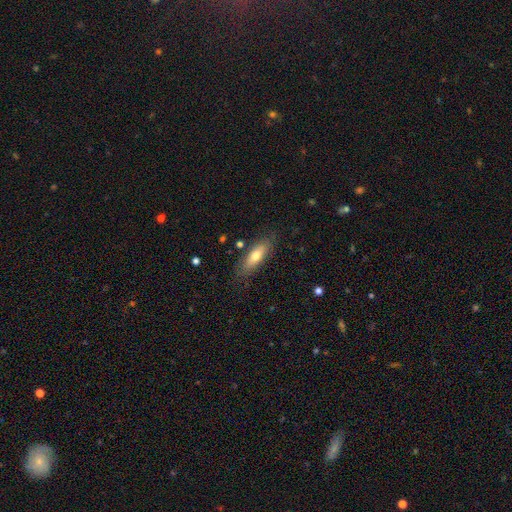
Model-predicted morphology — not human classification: type=smooth (67%); roundness=in between (61%); merging=none (81%).